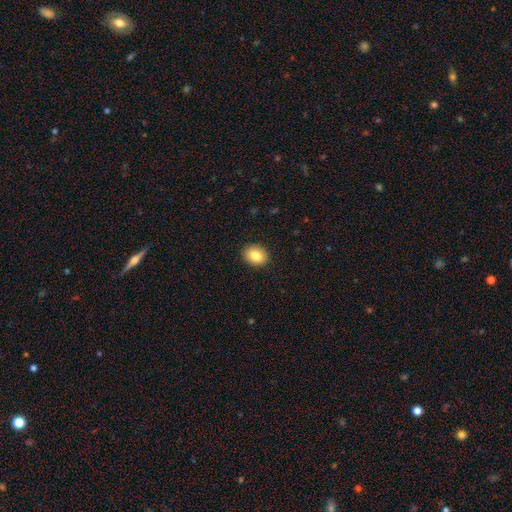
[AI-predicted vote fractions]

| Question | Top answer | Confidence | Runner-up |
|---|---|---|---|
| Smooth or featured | smooth | 85% | star or artifact (8%) |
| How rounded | in between | 55% | round (44%) |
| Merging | none | 90% | minor disturbance (7%) |